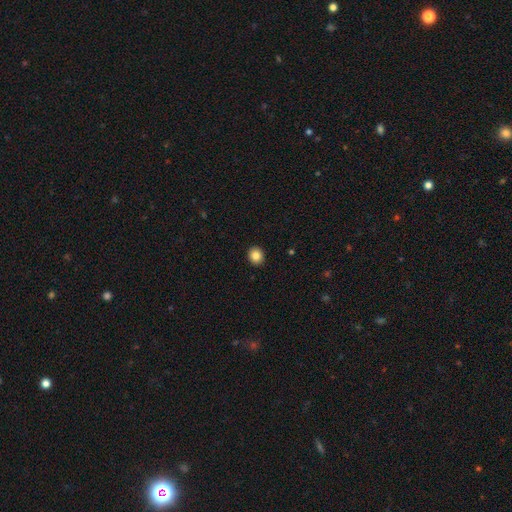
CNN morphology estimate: type=smooth (85%); roundness=round (78%); merging=none (93%).